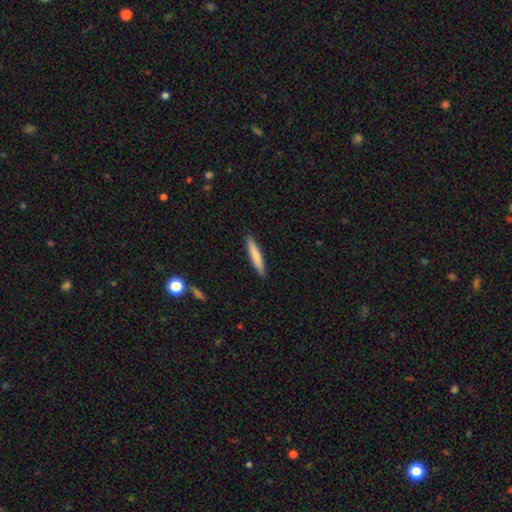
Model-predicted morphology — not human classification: Q: Smooth or featured?
A: smooth (75%); runner-up: featured or disk (20%)
Q: How rounded?
A: cigar-shaped (91%); runner-up: in between (8%)
Q: Merging?
A: none (91%); runner-up: minor disturbance (7%)